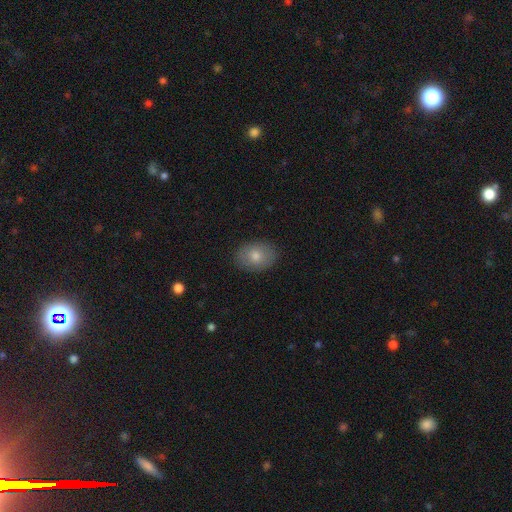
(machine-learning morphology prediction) A smooth galaxy with no disk features (75%) that is in between round and cigar-shaped (71%). Merging: none (88%).